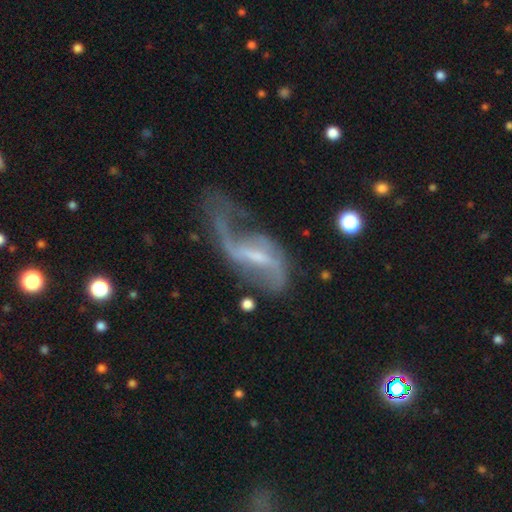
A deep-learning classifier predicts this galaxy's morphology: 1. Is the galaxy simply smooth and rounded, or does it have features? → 84% featured or disk, 9% smooth, 7% star or artifact.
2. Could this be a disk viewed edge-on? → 94% no, 6% yes.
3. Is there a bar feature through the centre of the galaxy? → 45% weak, 40% strong, 15% no.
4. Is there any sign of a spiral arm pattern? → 88% yes, 12% no.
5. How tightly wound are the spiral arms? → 77% loose, 18% medium, 5% tight.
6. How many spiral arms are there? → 71% 2, 20% 1, 6% can't tell, 1% 3, 1% 4, 1% more than 4.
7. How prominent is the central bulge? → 51% small, 23% moderate, 22% none, 3% large, 1% dominant.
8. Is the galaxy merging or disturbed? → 40% major disturbance, 34% none, 19% minor disturbance, 7% merger.